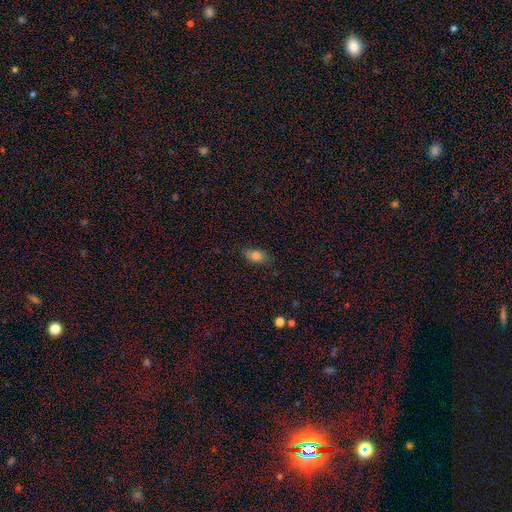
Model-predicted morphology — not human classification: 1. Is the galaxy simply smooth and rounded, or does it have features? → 80% smooth, 10% star or artifact, 10% featured or disk.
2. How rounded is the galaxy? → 84% in between, 12% round, 4% cigar-shaped.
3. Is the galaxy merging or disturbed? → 76% none, 18% minor disturbance, 4% major disturbance, 1% merger.